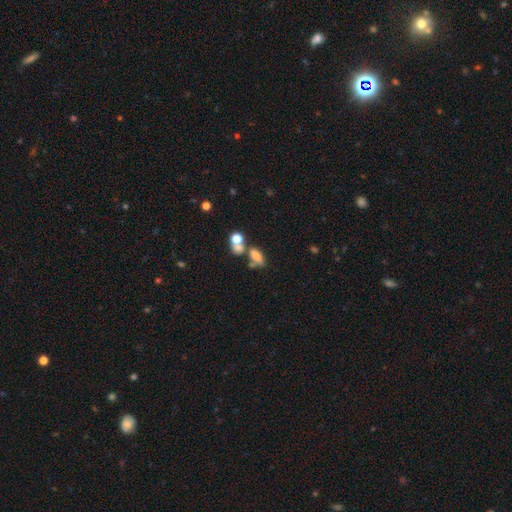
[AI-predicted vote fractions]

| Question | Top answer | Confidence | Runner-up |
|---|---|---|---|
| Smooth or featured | smooth | 57% | star or artifact (22%) |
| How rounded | in between | 74% | round (16%) |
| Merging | none | 43% | merger (35%) |